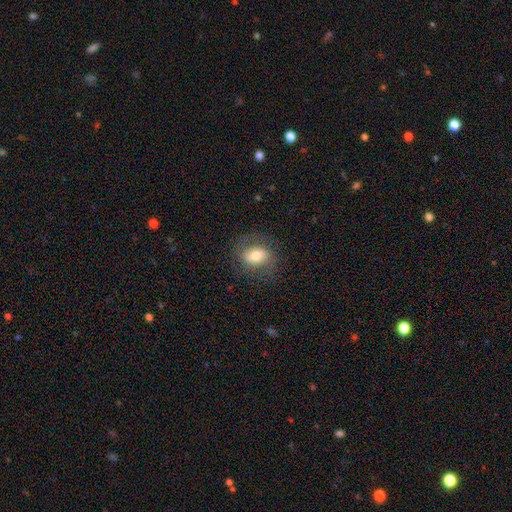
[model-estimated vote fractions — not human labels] smooth-or-featured: smooth: 59% | featured or disk: 32% | star or artifact: 9%
  how-rounded: round: 50% | in between: 49% | cigar-shaped: 1%
  merging: none: 76% | minor disturbance: 15% | major disturbance: 8% | merger: 1%